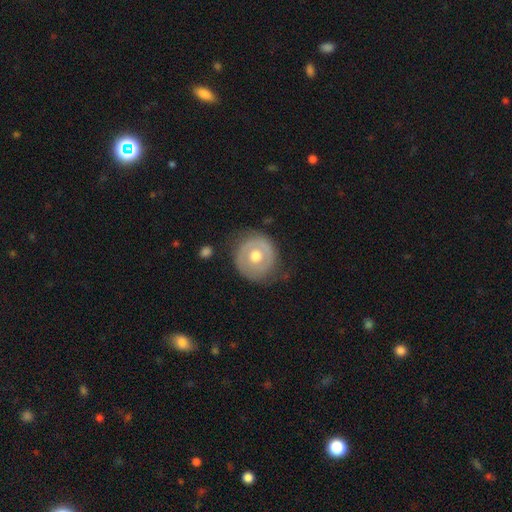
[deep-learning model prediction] Q: Smooth or featured?
A: featured or disk (51%); runner-up: smooth (44%)
Q: Edge-on disk?
A: no (96%); runner-up: yes (4%)
Q: Merging?
A: none (73%); runner-up: minor disturbance (17%)